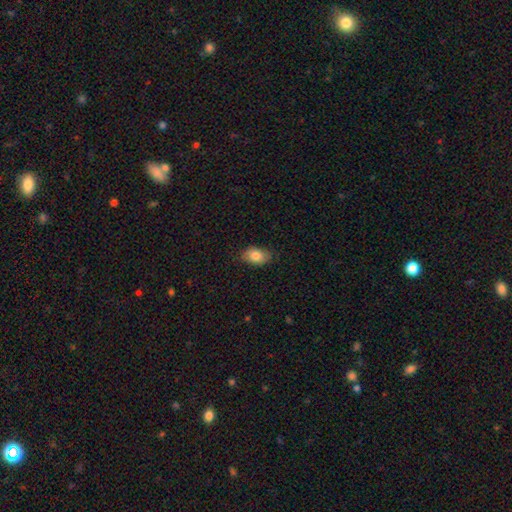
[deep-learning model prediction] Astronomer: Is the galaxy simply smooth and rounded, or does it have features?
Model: smooth — 84%.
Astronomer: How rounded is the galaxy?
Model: in between — 88%.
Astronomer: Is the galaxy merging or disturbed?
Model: none — 81%.